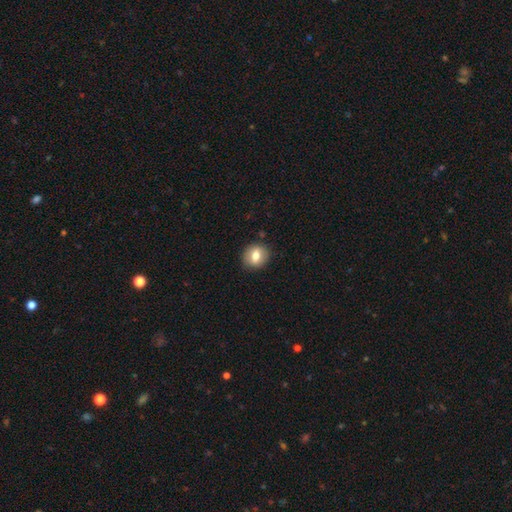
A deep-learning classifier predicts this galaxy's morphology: Q: Smooth or featured?
A: smooth (73%); runner-up: featured or disk (19%)
Q: How rounded?
A: round (75%); runner-up: in between (24%)
Q: Merging?
A: none (88%); runner-up: minor disturbance (9%)